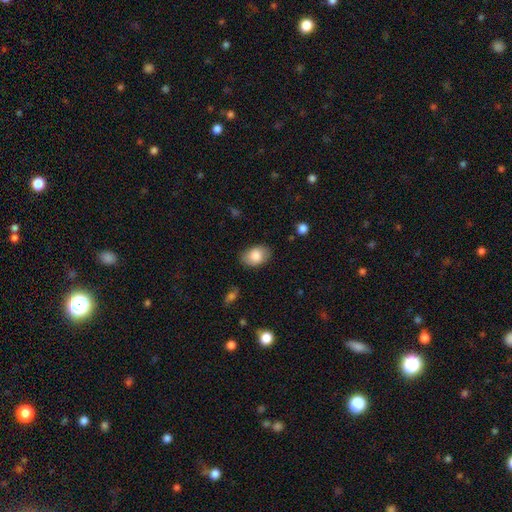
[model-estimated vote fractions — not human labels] Smooth or featured? Predicted: smooth (p=0.84). How rounded? Predicted: in between (p=0.86). Merging? Predicted: none (p=0.83).